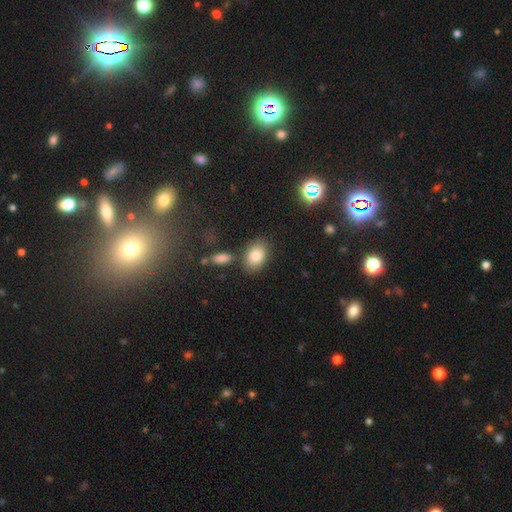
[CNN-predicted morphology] Q: Smooth or featured?
A: smooth (81%); runner-up: featured or disk (11%)
Q: How rounded?
A: in between (83%); runner-up: round (15%)
Q: Merging?
A: none (76%); runner-up: minor disturbance (12%)